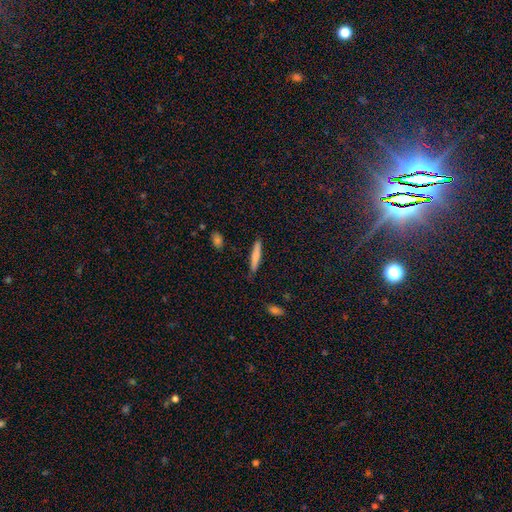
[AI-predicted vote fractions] Smooth or featured? Predicted: smooth (p=0.76). How rounded? Predicted: cigar-shaped (p=0.92). Merging? Predicted: none (p=0.87).